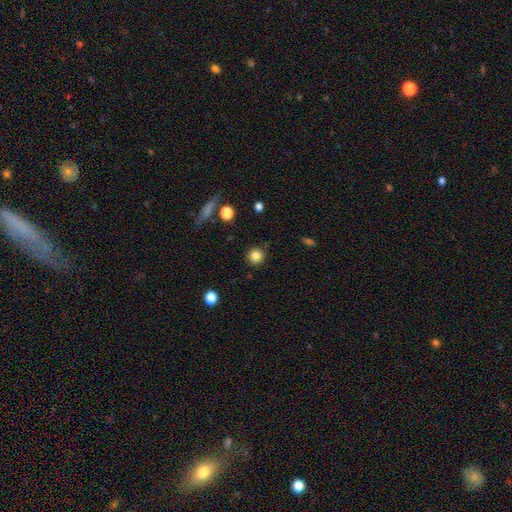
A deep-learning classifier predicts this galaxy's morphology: Q: Smooth or featured?
A: smooth (84%); runner-up: star or artifact (11%)
Q: How rounded?
A: round (93%); runner-up: in between (6%)
Q: Merging?
A: none (89%); runner-up: minor disturbance (7%)